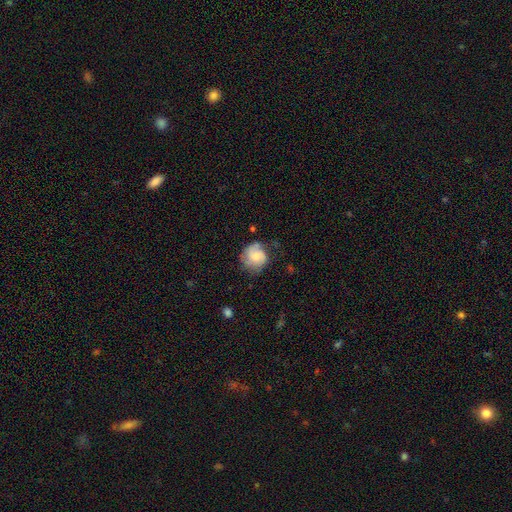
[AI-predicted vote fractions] smooth-or-featured: smooth: 57% | featured or disk: 35% | star or artifact: 8%
  how-rounded: round: 82% | in between: 17% | cigar-shaped: 1%
  merging: none: 58% | minor disturbance: 27% | major disturbance: 12% | merger: 2%